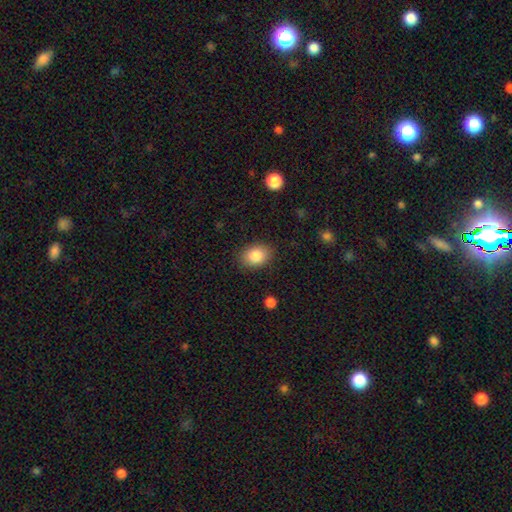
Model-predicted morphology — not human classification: Overall: smooth (85%). How rounded: in between (67%; round 32%). Merging: none (86%).